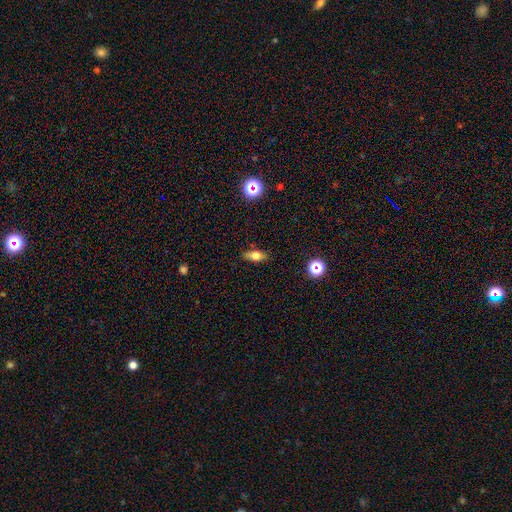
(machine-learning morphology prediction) smooth-or-featured: smooth: 69% | featured or disk: 21% | star or artifact: 10%
  how-rounded: in between: 74% | cigar-shaped: 19% | round: 7%
  merging: none: 85% | minor disturbance: 11% | major disturbance: 2% | merger: 1%